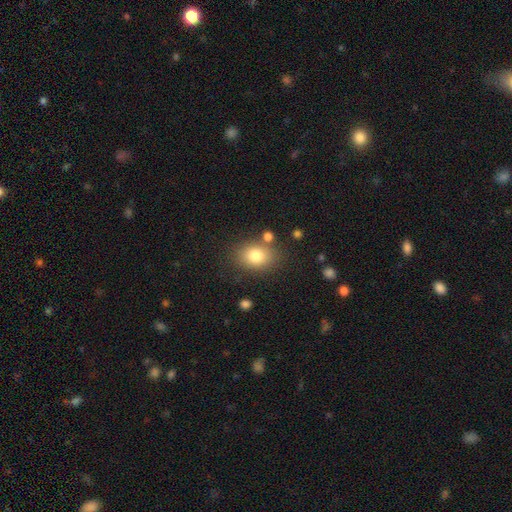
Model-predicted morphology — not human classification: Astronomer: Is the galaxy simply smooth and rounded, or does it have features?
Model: smooth — 81%.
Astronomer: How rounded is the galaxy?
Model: in between — 60% (runner-up: round, 39%).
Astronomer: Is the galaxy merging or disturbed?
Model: none — 76%.